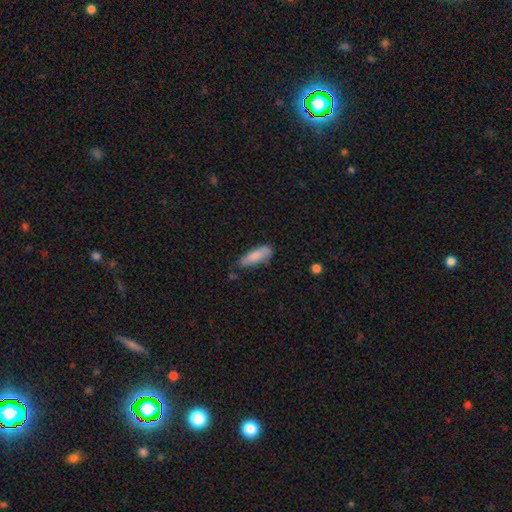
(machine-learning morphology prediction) This is clearly a smooth galaxy (83%). How rounded: possibly in between (56%). Merging: likely none (71%).